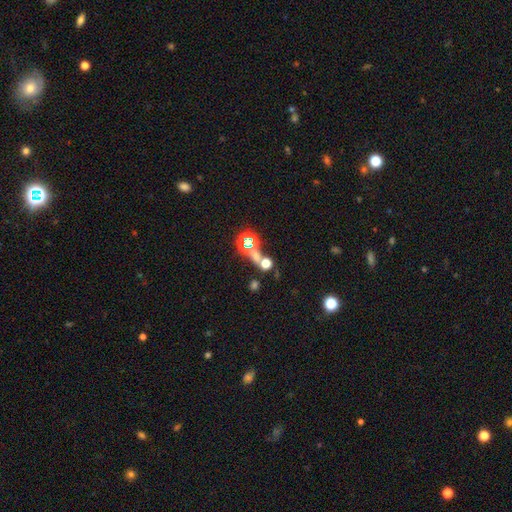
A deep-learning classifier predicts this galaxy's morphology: Overall: star or artifact (50%; smooth 37%).